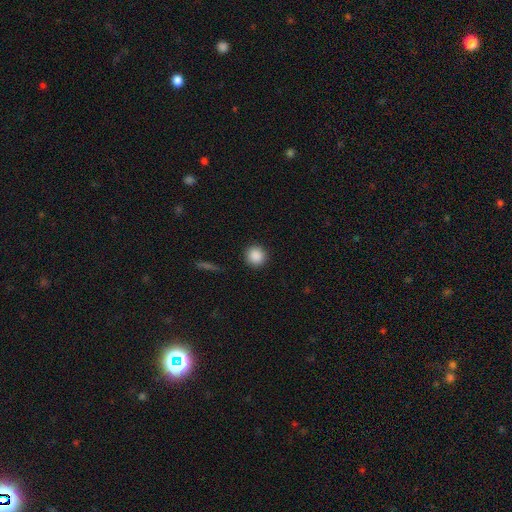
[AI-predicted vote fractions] smooth-or-featured: smooth: 88% | star or artifact: 9% | featured or disk: 3%
  how-rounded: round: 93% | in between: 6% | cigar-shaped: 1%
  merging: none: 91% | minor disturbance: 6% | major disturbance: 2% | merger: 1%